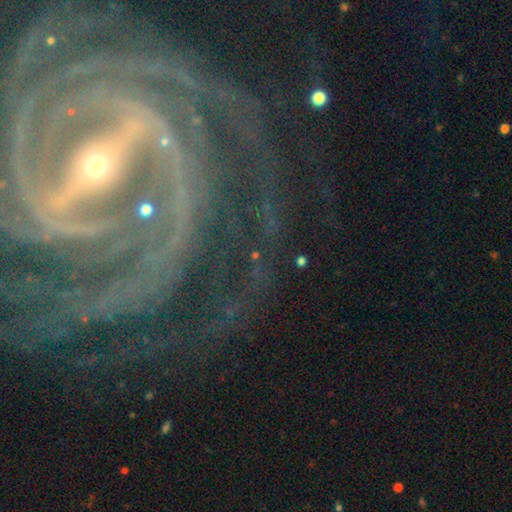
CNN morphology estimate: Smooth or featured? Predicted: star or artifact (p=0.51).